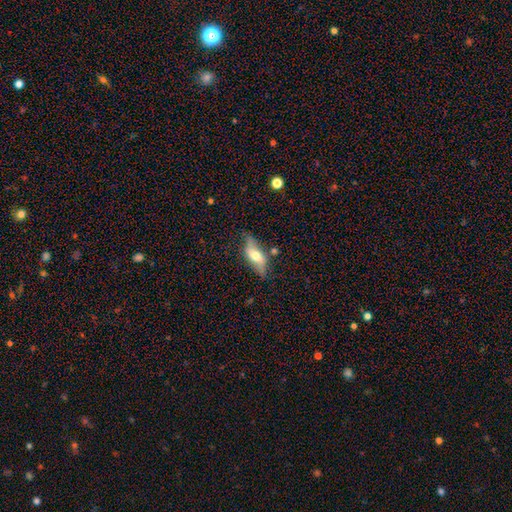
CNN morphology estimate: The model was most divided on "smooth or featured": featured or disk: 51%, smooth: 43%, star or artifact: 7%. More confident: merging — none (63%); edge-on disk — yes (55%).